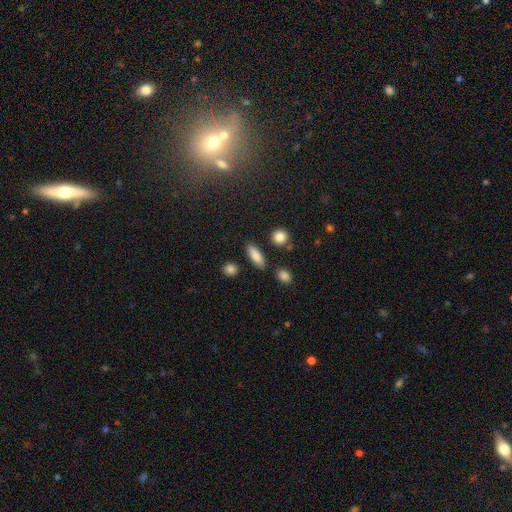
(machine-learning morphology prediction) smooth 82%, featured or disk 11%, star or artifact 7%. Down the decision tree: how rounded — in between (50%); merging — none (86%).